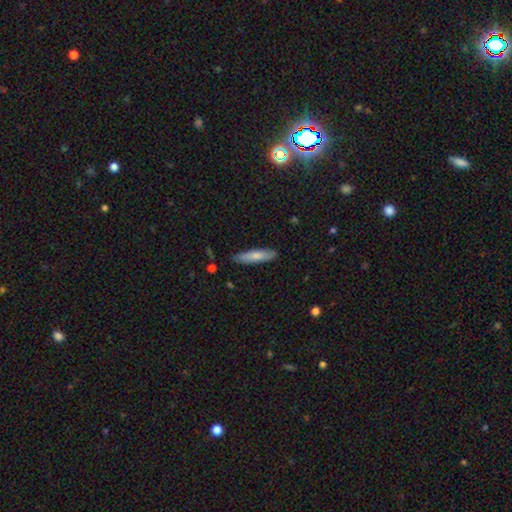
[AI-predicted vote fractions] A smooth galaxy with no disk features (76%) that is cigar-shaped (74%). Merging: none (86%).